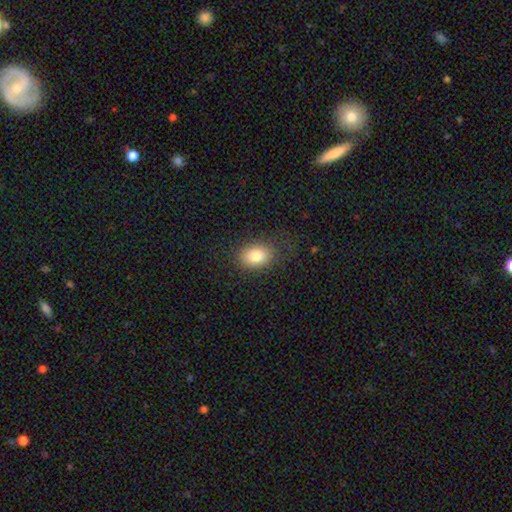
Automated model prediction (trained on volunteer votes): Overall: smooth (81%). How rounded: in between (78%). Merging: none (79%).